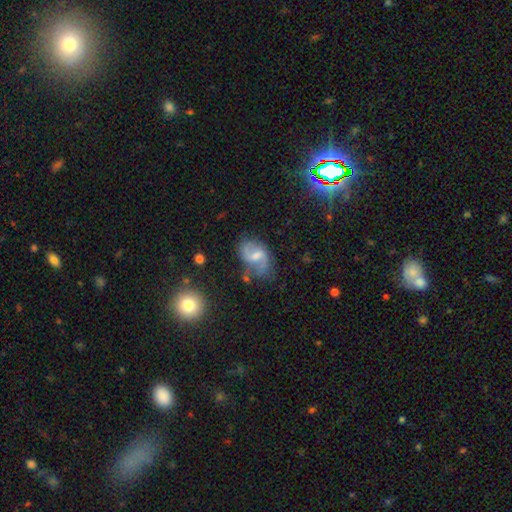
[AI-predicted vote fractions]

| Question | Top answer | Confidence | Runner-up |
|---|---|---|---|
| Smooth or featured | featured or disk | 68% | smooth (23%) |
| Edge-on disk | no | 97% | yes (3%) |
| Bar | weak | 57% | no (25%) |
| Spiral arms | yes | 85% | no (15%) |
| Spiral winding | loose | 45% | medium (42%) |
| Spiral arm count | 2 | 82% | can't tell (9%) |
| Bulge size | moderate | 46% | small (38%) |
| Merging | none | 54% | minor disturbance (26%) |